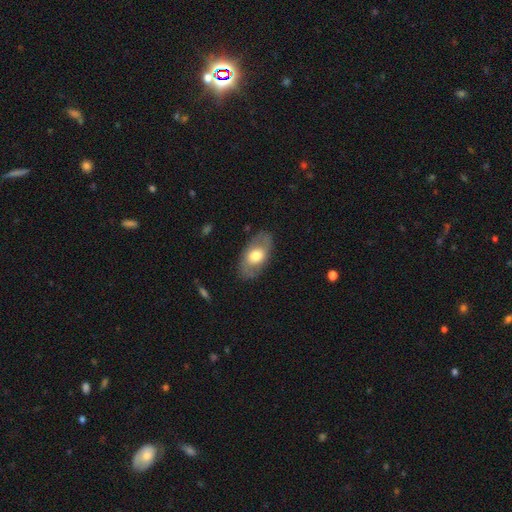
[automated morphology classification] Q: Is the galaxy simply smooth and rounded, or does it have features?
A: smooth — 51%.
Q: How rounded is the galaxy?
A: in between — 89%.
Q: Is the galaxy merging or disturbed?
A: none — 80%.